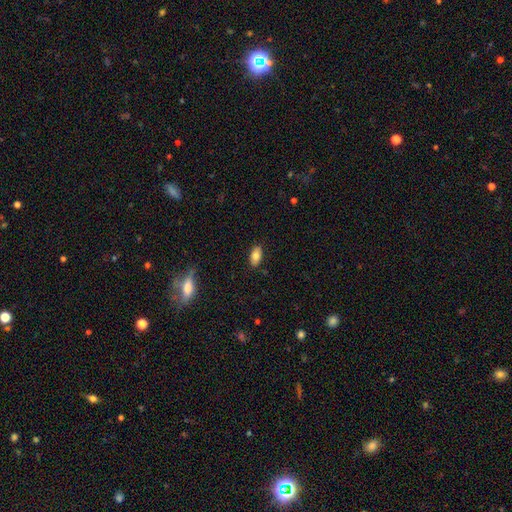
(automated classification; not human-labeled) smooth_or_featured: smooth (p=0.80) [alt: featured or disk p=0.13]
how_rounded: in between (p=0.93) [alt: round p=0.04]
merging: none (p=0.86) [alt: minor disturbance p=0.10]